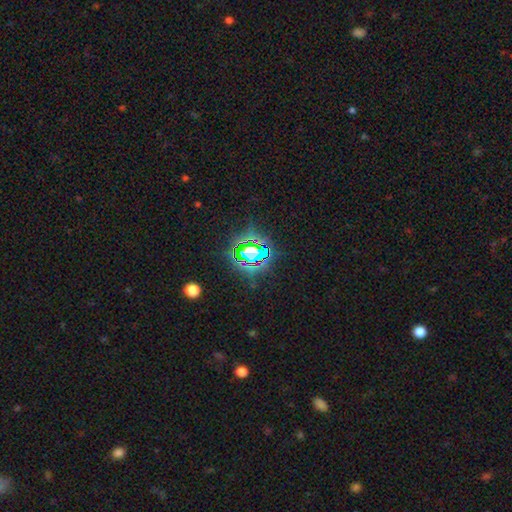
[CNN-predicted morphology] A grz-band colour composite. It shows a star or artifact, not a galaxy (74%).